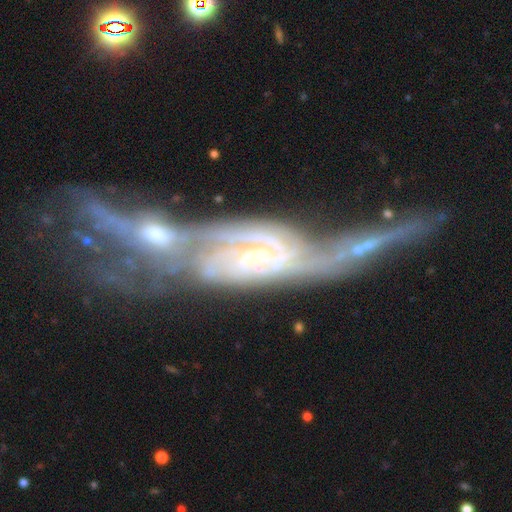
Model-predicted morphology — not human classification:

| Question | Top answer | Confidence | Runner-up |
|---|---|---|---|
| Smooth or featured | featured or disk | 85% | star or artifact (8%) |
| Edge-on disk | no | 89% | yes (11%) |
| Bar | no | 47% | weak (33%) |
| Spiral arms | yes | 93% | no (7%) |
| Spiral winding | tight | 38% | medium (37%) |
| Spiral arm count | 2 | 54% | can't tell (22%) |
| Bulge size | small | 55% | moderate (23%) |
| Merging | merger | 72% | major disturbance (11%) |